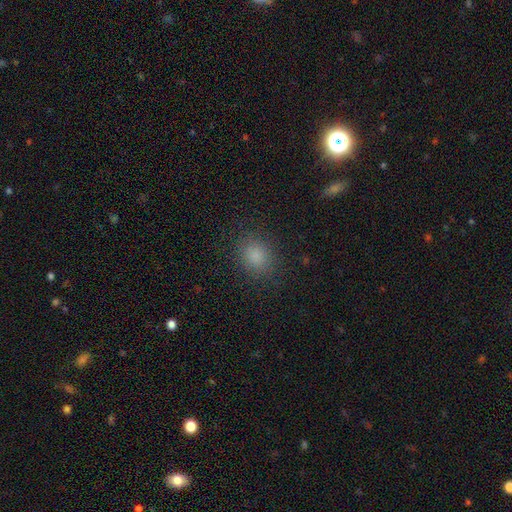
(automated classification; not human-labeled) Smooth or featured?
  - smooth: 84% *
  - star or artifact: 12%
  - featured or disk: 4%
How rounded?
  - round: 59% *
  - in between: 40%
  - cigar-shaped: 1%
Merging?
  - none: 86% *
  - minor disturbance: 9%
  - major disturbance: 4%
  - merger: 1%